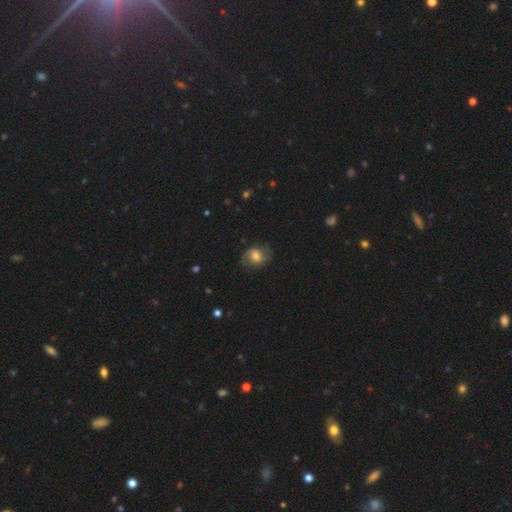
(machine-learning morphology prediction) Q: Smooth or featured?
A: featured or disk (47%); runner-up: smooth (44%)
Q: Merging?
A: none (69%); runner-up: minor disturbance (20%)